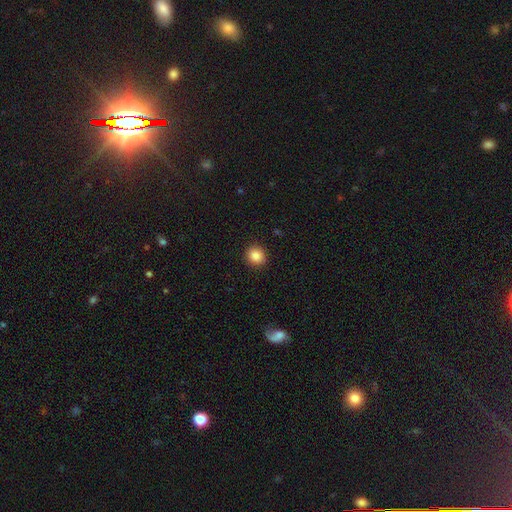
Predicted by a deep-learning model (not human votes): A smooth galaxy with no disk features (87%) that is round (88%).

Vote fractions:
- Smooth or featured? smooth: 87% / star or artifact: 10% / featured or disk: 3%
- How rounded? round: 88% / in between: 11% / cigar-shaped: 1%
- Merging? none: 91% / minor disturbance: 6% / major disturbance: 2% / merger: 1%